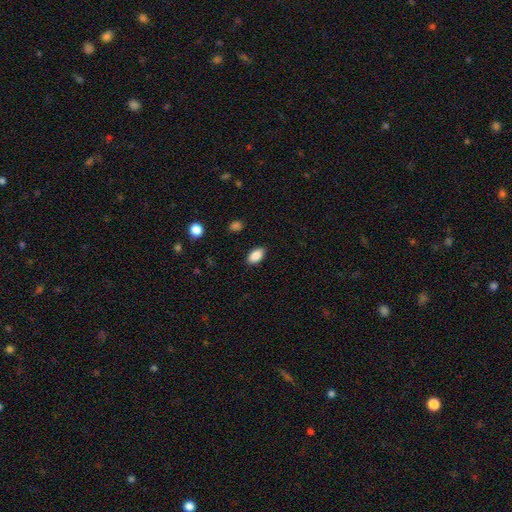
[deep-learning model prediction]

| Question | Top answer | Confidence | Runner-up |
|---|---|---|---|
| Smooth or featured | smooth | 88% | star or artifact (8%) |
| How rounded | in between | 92% | round (5%) |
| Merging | none | 86% | minor disturbance (10%) |